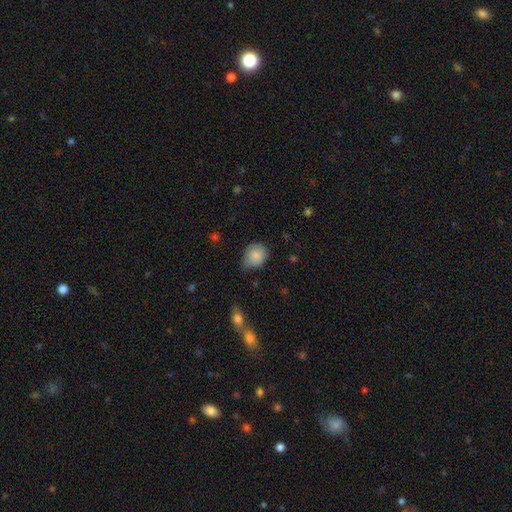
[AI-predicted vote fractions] Smooth or featured: smooth — 81% (featured or disk — 11%)
How rounded: round — 67% (in between — 32%)
Merging: none — 49% (minor disturbance — 40%)